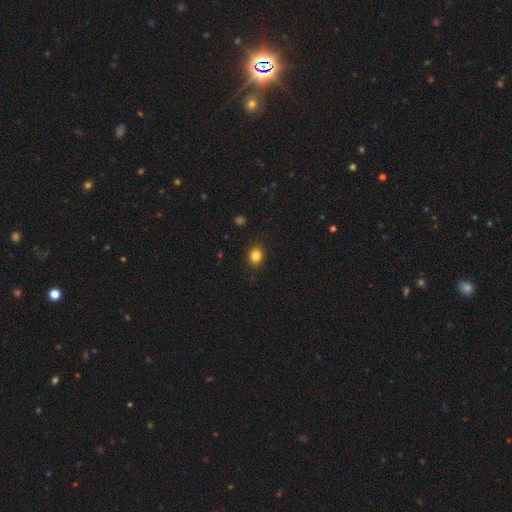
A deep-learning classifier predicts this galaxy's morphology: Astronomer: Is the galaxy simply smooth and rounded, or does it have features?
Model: smooth — 83%.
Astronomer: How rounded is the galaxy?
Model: round — 55% (runner-up: in between, 44%).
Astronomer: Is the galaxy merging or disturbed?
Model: none — 88%.